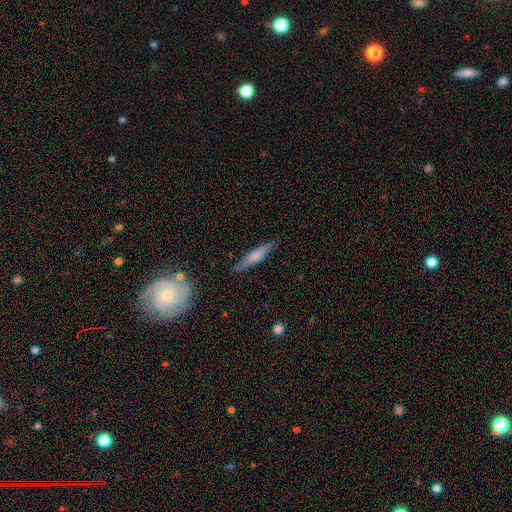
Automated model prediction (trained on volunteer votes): This appears to be a smooth galaxy with no disk features (60%) that is cigar-shaped (89%). Merging: none (84%).